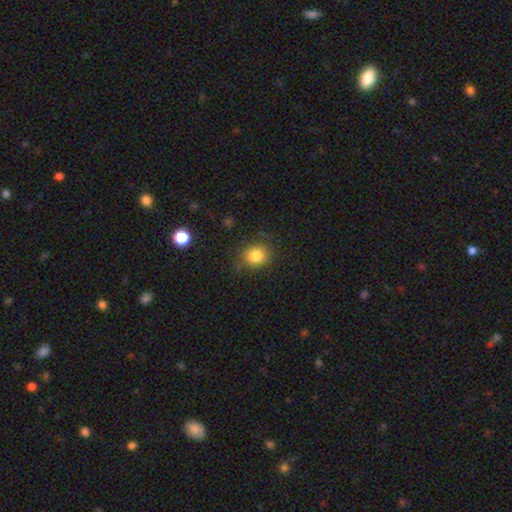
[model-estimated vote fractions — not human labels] Smooth or featured: smooth — 83% (star or artifact — 11%)
How rounded: round — 74% (in between — 25%)
Merging: none — 79% (minor disturbance — 15%)